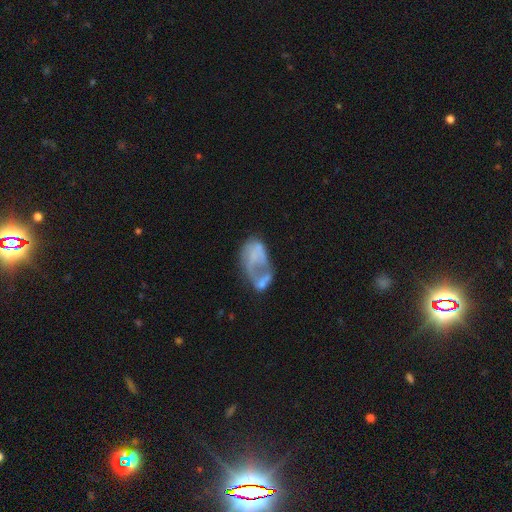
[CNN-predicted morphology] A featured or disk galaxy (52%) with no bar (84%), no spiral arms (76%) and no central bulge (75%). Merging: major disturbance (36%).